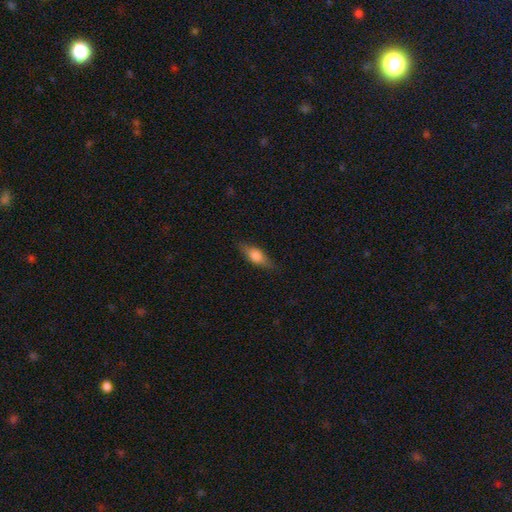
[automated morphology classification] Overall: smooth (66%; featured or disk 27%). How rounded: in between (71%). Merging: none (81%).